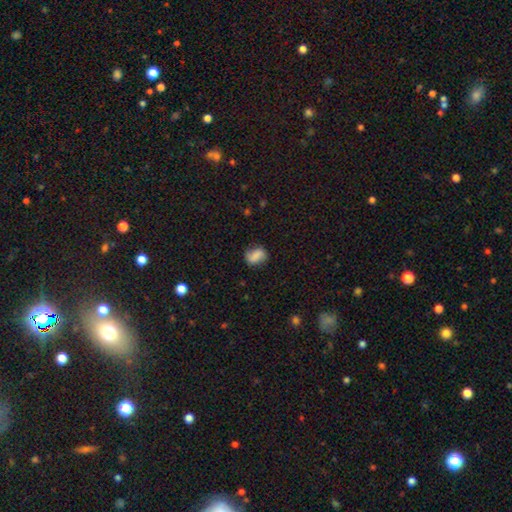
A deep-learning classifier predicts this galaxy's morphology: Smooth or featured?
  - smooth: 72% *
  - featured or disk: 19%
  - star or artifact: 9%
How rounded?
  - in between: 66% *
  - round: 32%
  - cigar-shaped: 3%
Merging?
  - none: 73% *
  - minor disturbance: 20%
  - major disturbance: 6%
  - merger: 2%